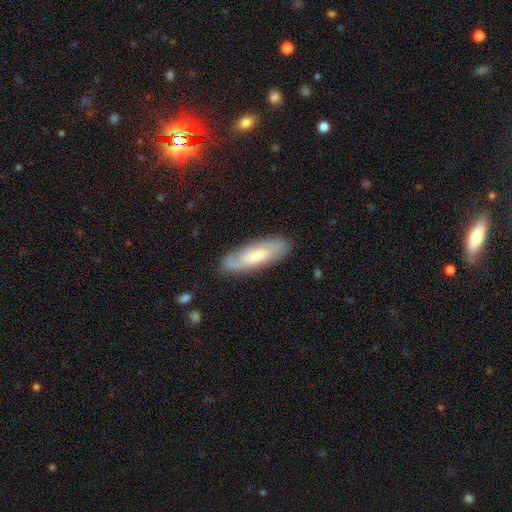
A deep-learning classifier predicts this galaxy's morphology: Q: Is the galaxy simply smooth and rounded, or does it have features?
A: featured or disk — 49%.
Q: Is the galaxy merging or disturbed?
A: none — 81%.